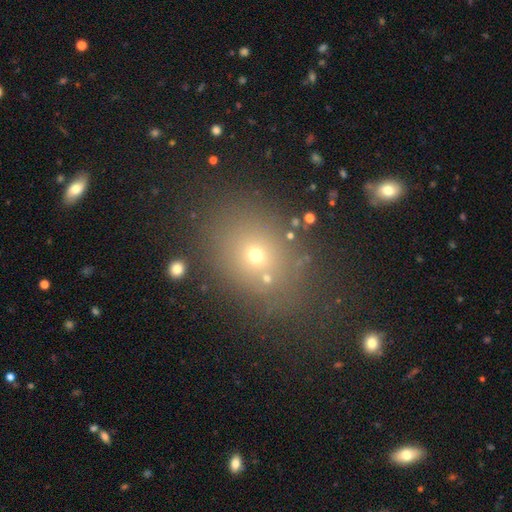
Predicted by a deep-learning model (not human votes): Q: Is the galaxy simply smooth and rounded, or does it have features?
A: smooth — 61%.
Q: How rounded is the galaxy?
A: in between — 53%.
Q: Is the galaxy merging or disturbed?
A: none — 75%.